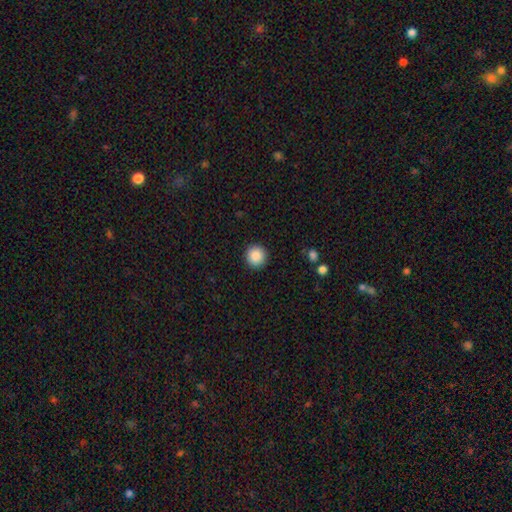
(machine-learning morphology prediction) smooth_or_featured: smooth (p=0.88) [alt: star or artifact p=0.09]
how_rounded: round (p=0.95) [alt: in between p=0.04]
merging: none (p=0.92) [alt: minor disturbance p=0.05]